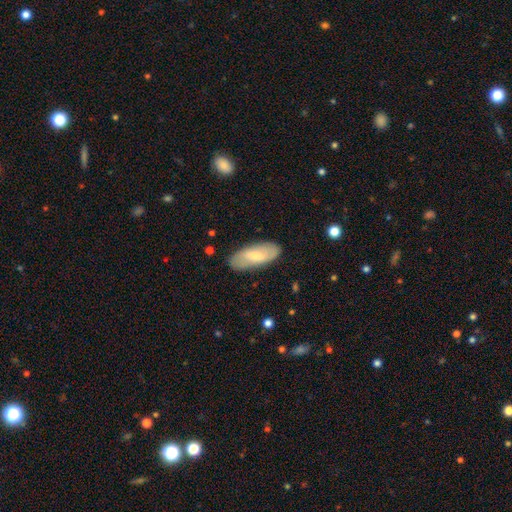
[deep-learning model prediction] smooth 58%, featured or disk 36%, star or artifact 6%. Down the decision tree: how rounded — in between (81%); merging — none (85%).